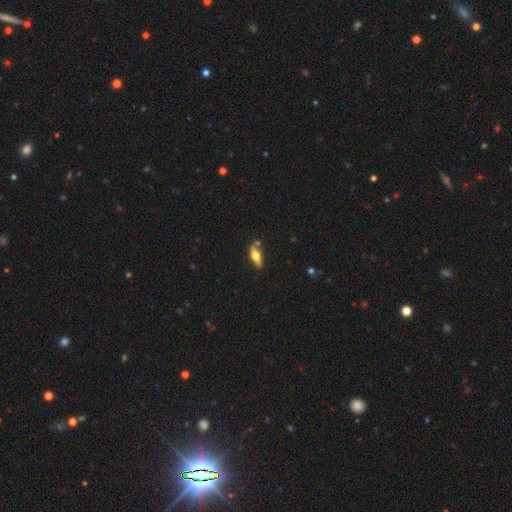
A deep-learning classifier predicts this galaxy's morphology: smooth_or_featured: featured or disk (p=0.47) [tied with: smooth p=0.47]
merging: none (p=0.73) [alt: minor disturbance p=0.16]